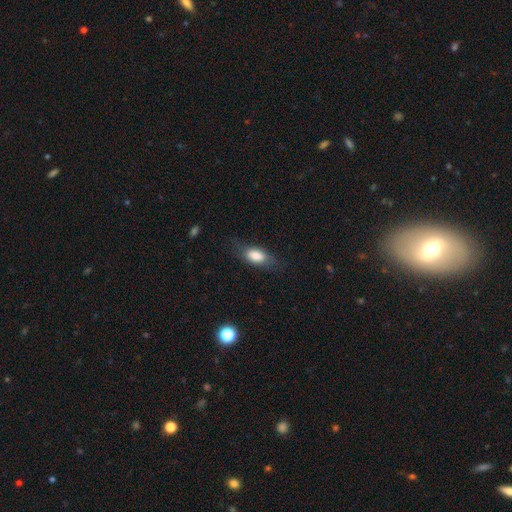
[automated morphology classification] Smooth or featured: smooth — 78% (featured or disk — 15%)
How rounded: in between — 81% (cigar-shaped — 14%)
Merging: none — 68% (minor disturbance — 22%)